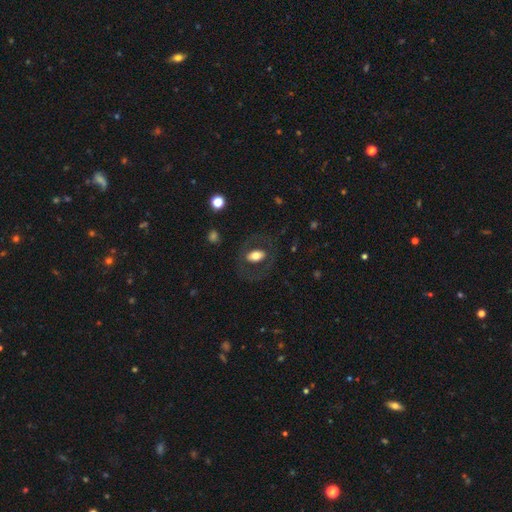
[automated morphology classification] The model was most divided on "smooth or featured": smooth: 64%, featured or disk: 29%, star or artifact: 8%. More confident: how rounded — in between (84%); merging — none (76%).